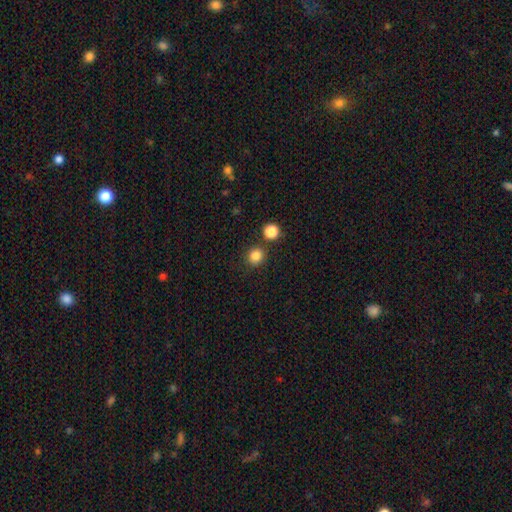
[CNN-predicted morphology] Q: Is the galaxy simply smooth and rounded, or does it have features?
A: smooth — 84%.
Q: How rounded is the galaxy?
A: round — 87%.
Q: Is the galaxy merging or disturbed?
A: none — 82%.